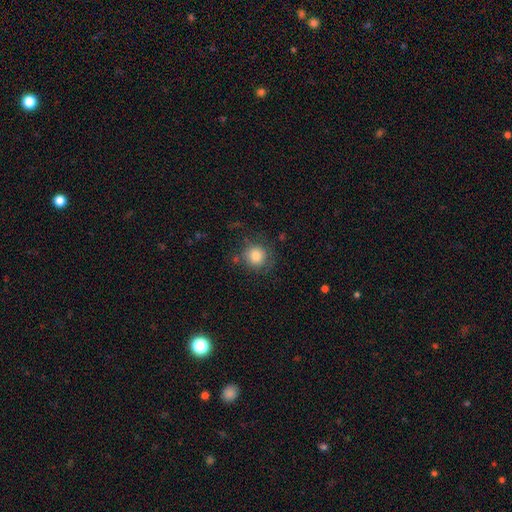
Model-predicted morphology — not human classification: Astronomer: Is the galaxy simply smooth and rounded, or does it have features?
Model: smooth — 82%.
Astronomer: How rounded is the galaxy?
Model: round — 90%.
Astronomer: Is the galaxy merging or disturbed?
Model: none — 75%.